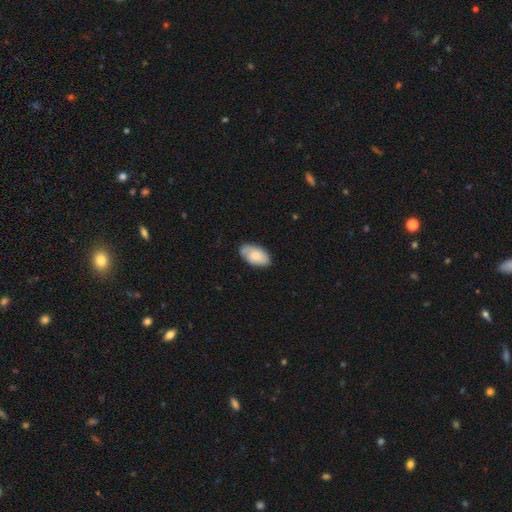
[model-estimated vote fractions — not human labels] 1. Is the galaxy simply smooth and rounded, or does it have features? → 75% smooth, 19% featured or disk, 6% star or artifact.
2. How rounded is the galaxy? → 95% in between, 4% round, 2% cigar-shaped.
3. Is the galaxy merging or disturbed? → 72% none, 23% minor disturbance, 4% major disturbance, 2% merger.